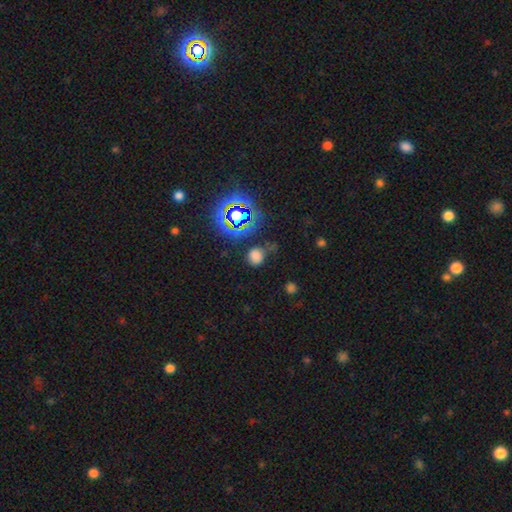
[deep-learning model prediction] A smooth galaxy with no disk features (65%) that is round (76%). Merging: none (67%).